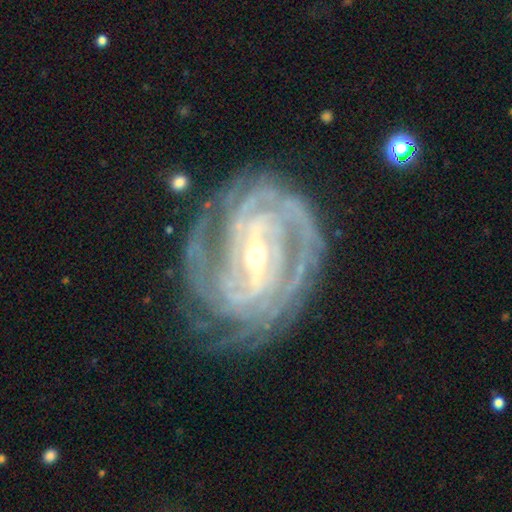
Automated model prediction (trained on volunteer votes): Smooth or featured: featured or disk — 93% (star or artifact — 5%)
Edge-on disk: no — 97% (yes — 3%)
Bar: strong — 62% (weak — 29%)
Spiral arms: yes — 98% (no — 2%)
Spiral winding: tight — 77% (medium — 20%)
Spiral arm count: 4 — 26% (3 — 23%)
Bulge size: small — 58% (moderate — 39%)
Merging: none — 76% (minor disturbance — 16%)